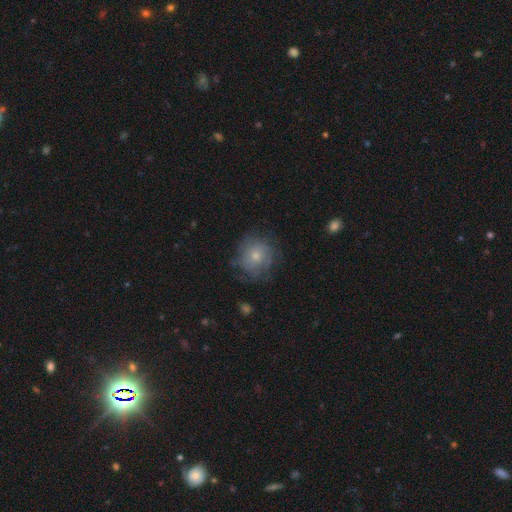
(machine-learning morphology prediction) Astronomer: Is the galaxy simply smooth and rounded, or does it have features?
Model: smooth — 53% (runner-up: featured or disk, 37%).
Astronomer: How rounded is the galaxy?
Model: round — 86%.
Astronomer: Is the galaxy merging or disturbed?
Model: none — 68%.